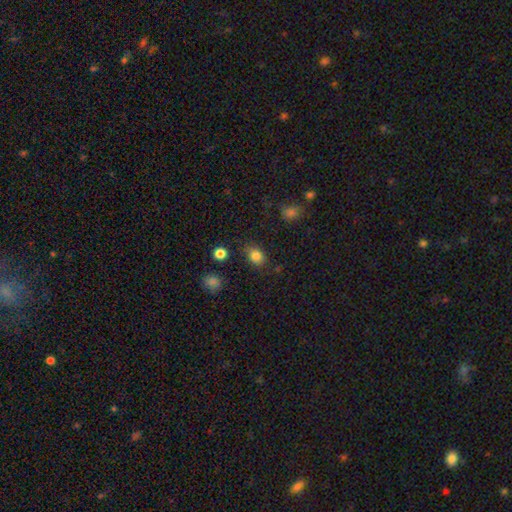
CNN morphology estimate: smooth_or_featured: smooth (p=0.83) [alt: star or artifact p=0.11]
how_rounded: in between (p=0.59) [alt: round p=0.40]
merging: none (p=0.79) [alt: minor disturbance p=0.15]